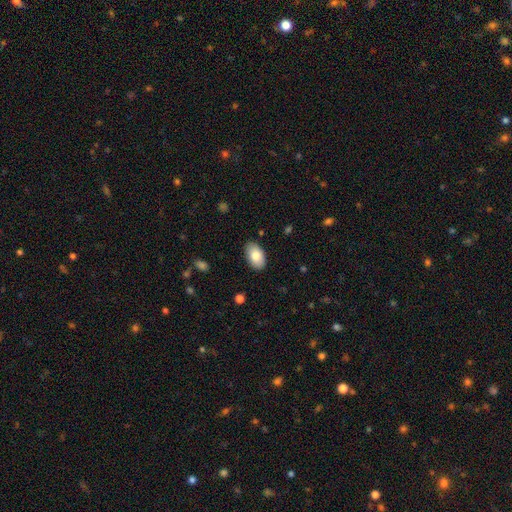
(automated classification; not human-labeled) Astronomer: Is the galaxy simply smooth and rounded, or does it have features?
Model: smooth — 83%.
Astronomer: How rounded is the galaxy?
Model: in between — 94%.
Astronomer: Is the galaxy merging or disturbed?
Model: none — 87%.